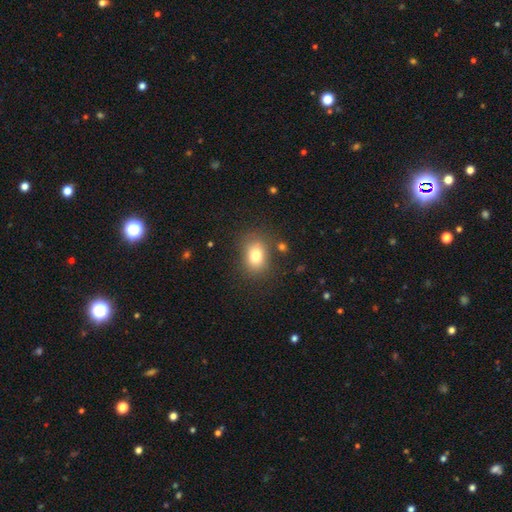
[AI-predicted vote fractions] Q: Smooth or featured?
A: smooth (78%); runner-up: star or artifact (11%)
Q: How rounded?
A: in between (61%); runner-up: round (38%)
Q: Merging?
A: none (79%); runner-up: minor disturbance (13%)